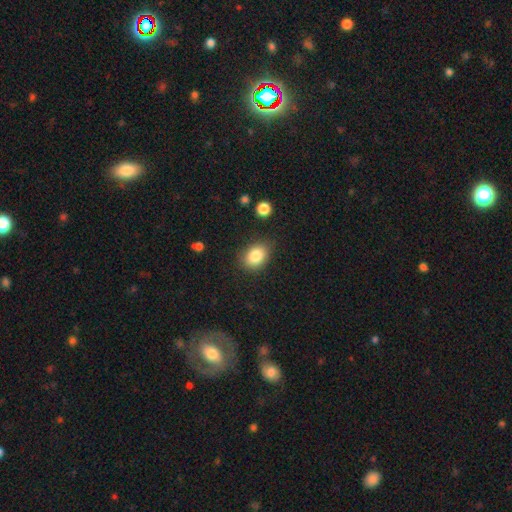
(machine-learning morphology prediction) This appears to be a smooth galaxy with no disk features (84%) that is in between round and cigar-shaped (69%). Merging: none (82%).